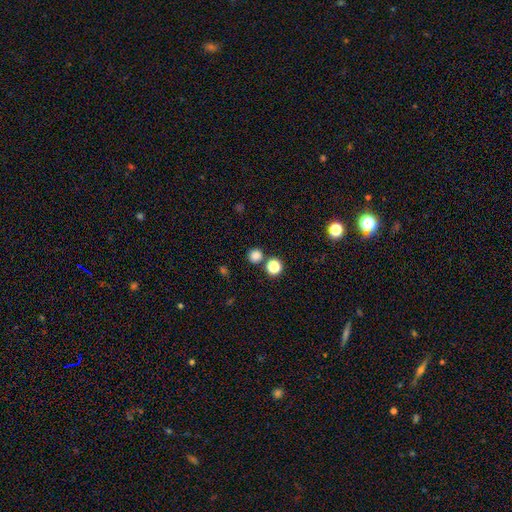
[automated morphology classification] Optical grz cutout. It shows a smooth galaxy with no disk features (80%) that is round (92%). Merging: none (78%).